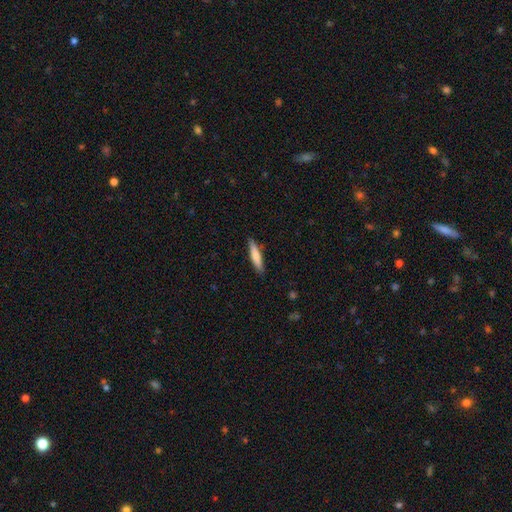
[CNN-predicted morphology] This appears to be a smooth galaxy with no disk features (72%) that is cigar-shaped (86%). Merging: none (88%).